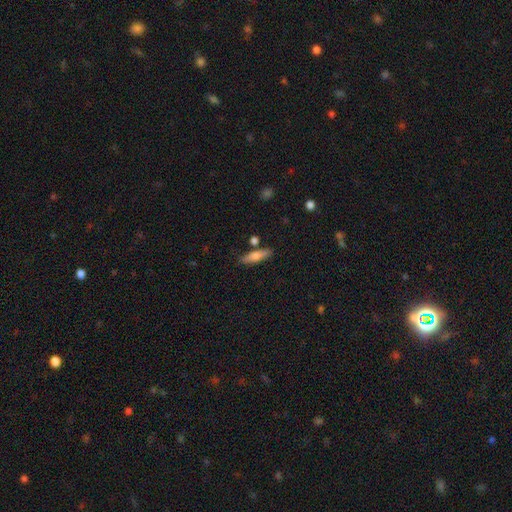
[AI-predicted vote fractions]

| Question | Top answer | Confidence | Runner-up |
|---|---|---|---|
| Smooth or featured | smooth | 71% | featured or disk (23%) |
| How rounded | cigar-shaped | 62% | in between (35%) |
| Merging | none | 80% | minor disturbance (11%) |